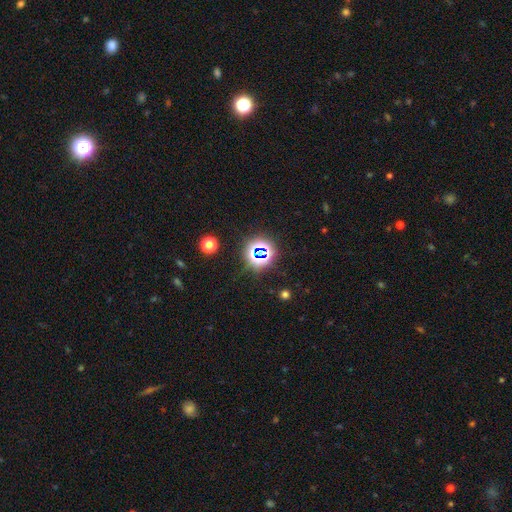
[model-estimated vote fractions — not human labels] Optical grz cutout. It shows a star or artifact, not a galaxy (71%).